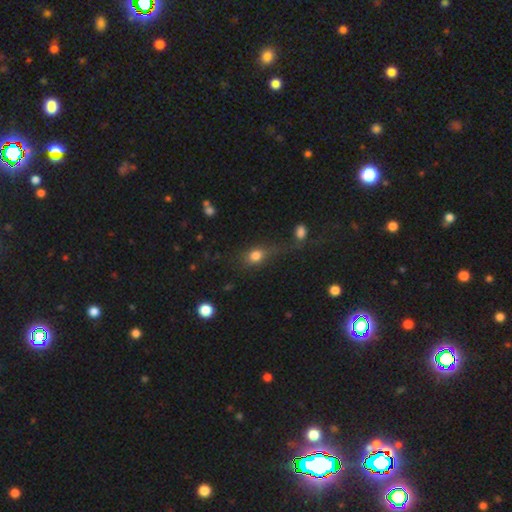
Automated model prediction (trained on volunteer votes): A smooth galaxy with no disk features (75%) that is in between round and cigar-shaped (49%). Merging: none (46%).